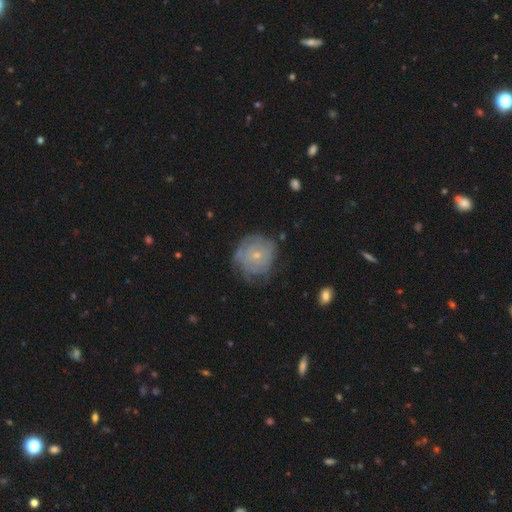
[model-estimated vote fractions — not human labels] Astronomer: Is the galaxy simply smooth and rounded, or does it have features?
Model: featured or disk — 63%.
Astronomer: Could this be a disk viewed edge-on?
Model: no — 97%.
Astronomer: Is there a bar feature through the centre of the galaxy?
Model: no — 81%.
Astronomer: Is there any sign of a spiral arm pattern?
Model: yes — 73%.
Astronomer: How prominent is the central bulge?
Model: small — 74%.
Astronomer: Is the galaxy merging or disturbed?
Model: none — 59%.